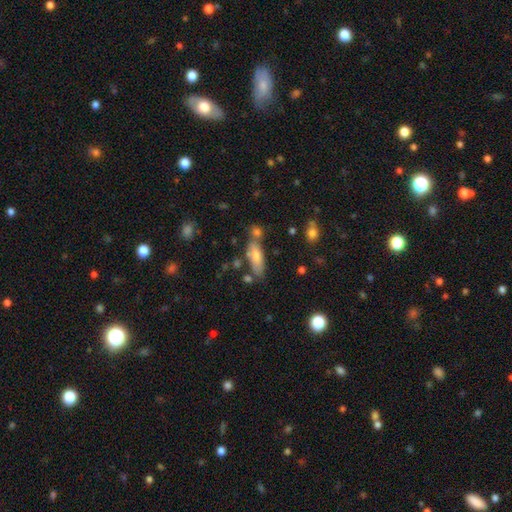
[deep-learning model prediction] This appears to be a smooth galaxy with no disk features (67%) that is in between round and cigar-shaped (56%). Merging: none (61%).